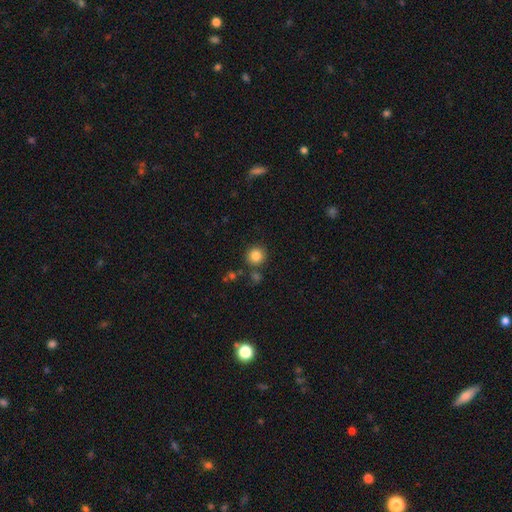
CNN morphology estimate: Q: Smooth or featured?
A: smooth (84%); runner-up: star or artifact (11%)
Q: How rounded?
A: round (93%); runner-up: in between (6%)
Q: Merging?
A: none (83%); runner-up: minor disturbance (8%)